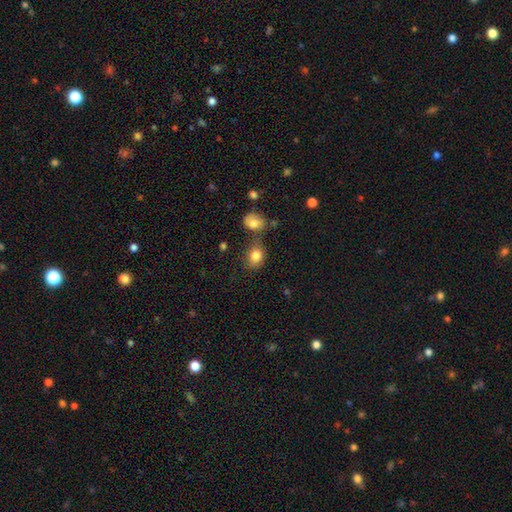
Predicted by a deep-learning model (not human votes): Morphology: type=smooth (83%); roundness=in between (59%); merging=none (63%).